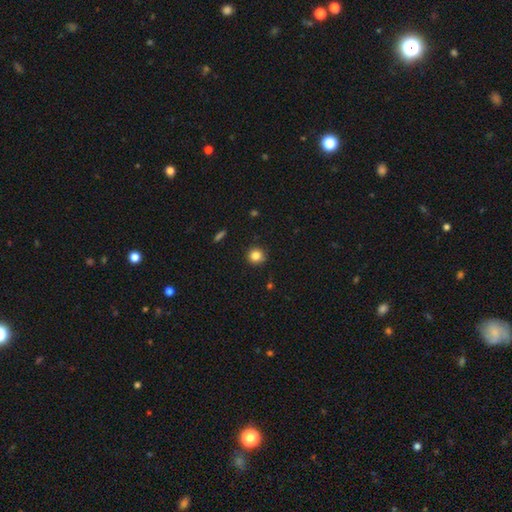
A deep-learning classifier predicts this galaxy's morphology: Smooth or featured? Predicted: smooth (p=0.83). How rounded? Predicted: round (p=0.92). Merging? Predicted: none (p=0.88).